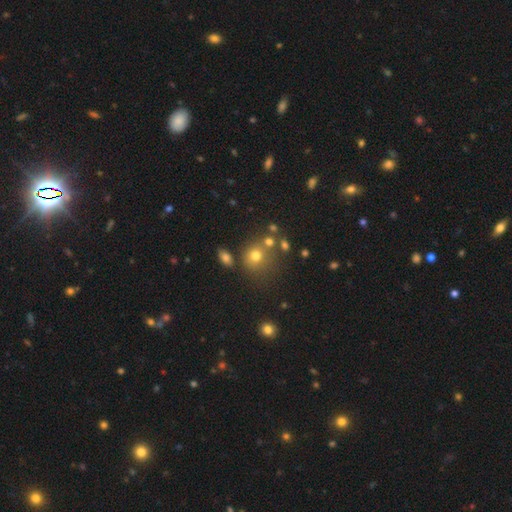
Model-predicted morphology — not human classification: Overall: smooth (71%). How rounded: round (80%). Merging: none (59%).